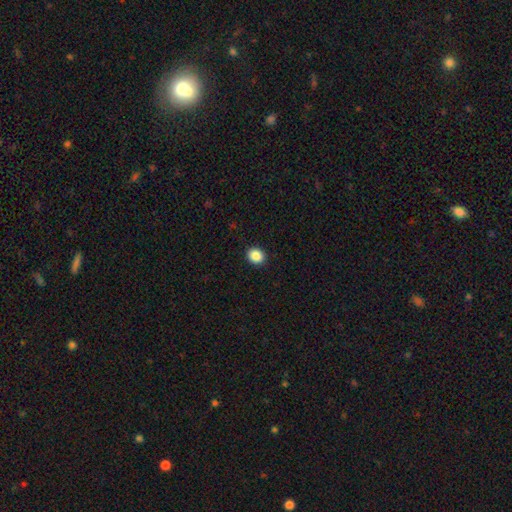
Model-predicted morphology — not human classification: smooth_or_featured: smooth (p=0.88) [alt: star or artifact p=0.09]
how_rounded: round (p=0.75) [alt: in between p=0.24]
merging: none (p=0.92) [alt: minor disturbance p=0.05]